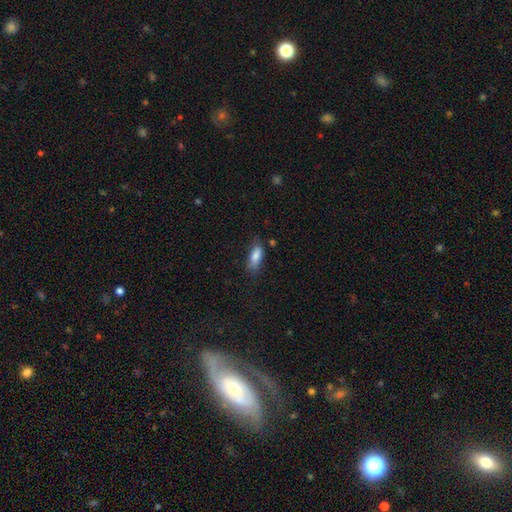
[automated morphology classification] The model was most divided on "merging": none: 70%, minor disturbance: 22%, major disturbance: 6%, merger: 2%. More confident: smooth or featured — smooth (84%); how rounded — in between (75%).